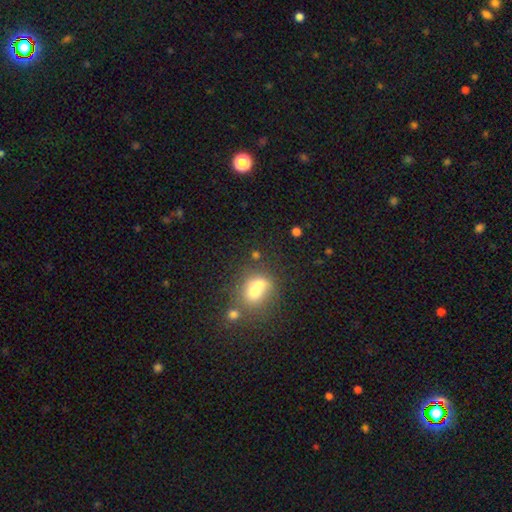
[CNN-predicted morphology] The model was most divided on "merging": merger: 57%, none: 31%, minor disturbance: 8%, major disturbance: 5%. More confident: how rounded — round (65%); smooth or featured — smooth (59%).